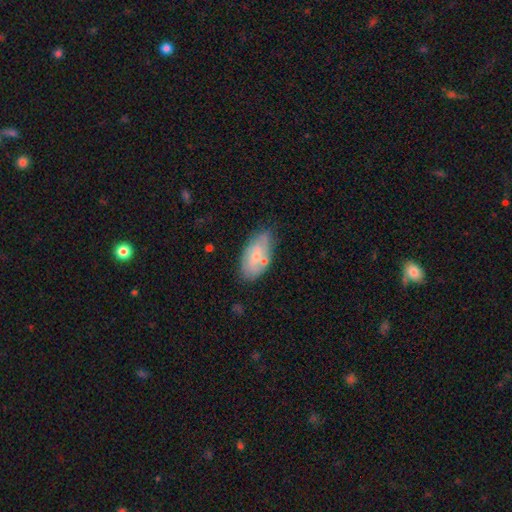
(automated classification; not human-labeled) Overall: smooth (56%; featured or disk 37%). How rounded: in between (92%). Merging: none (65%).